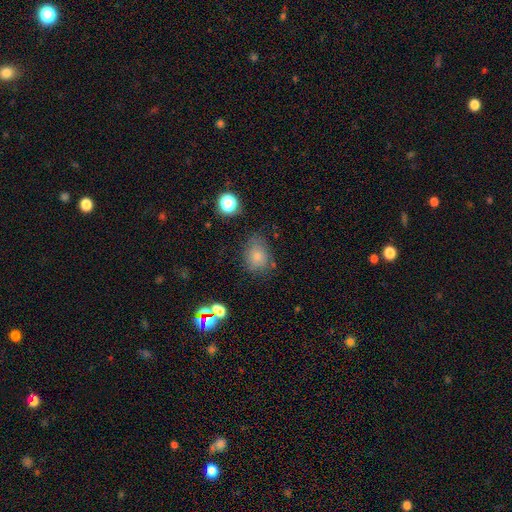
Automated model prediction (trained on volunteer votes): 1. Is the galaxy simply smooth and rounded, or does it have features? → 61% smooth, 25% star or artifact, 14% featured or disk.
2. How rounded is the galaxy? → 57% in between, 42% round, 1% cigar-shaped.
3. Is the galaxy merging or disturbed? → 69% none, 22% minor disturbance, 7% major disturbance, 3% merger.